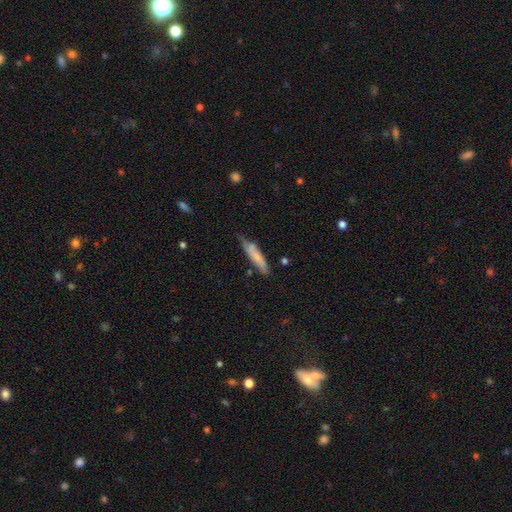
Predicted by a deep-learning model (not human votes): Smooth or featured? Predicted: smooth (p=0.71). How rounded? Predicted: cigar-shaped (p=0.83). Merging? Predicted: none (p=0.62).